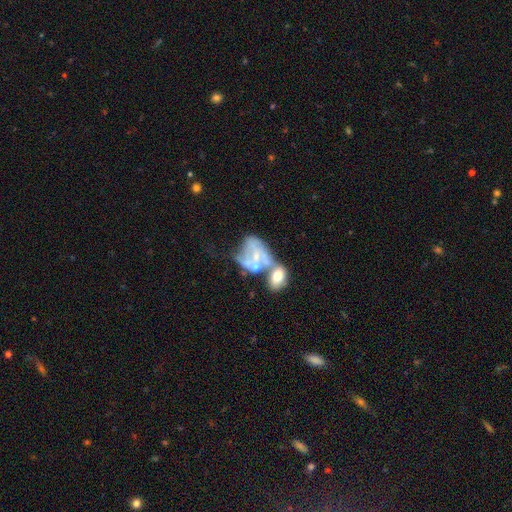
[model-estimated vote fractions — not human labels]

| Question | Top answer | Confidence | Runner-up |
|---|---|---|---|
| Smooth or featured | featured or disk | 61% | smooth (29%) |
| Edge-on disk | no | 97% | yes (3%) |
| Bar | no | 76% | weak (17%) |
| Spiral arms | no | 73% | yes (27%) |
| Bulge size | small | 40% | moderate (29%) |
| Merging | merger | 55% | major disturbance (20%) |